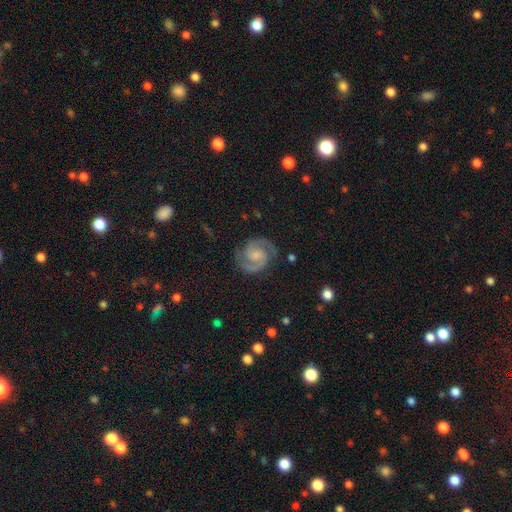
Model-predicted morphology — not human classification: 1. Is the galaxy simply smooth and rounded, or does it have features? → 91% featured or disk, 4% smooth, 4% star or artifact.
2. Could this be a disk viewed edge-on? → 98% no, 2% yes.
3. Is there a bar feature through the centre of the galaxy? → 51% no, 40% weak, 9% strong.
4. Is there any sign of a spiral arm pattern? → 98% yes, 2% no.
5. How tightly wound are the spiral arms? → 55% medium, 38% tight, 7% loose.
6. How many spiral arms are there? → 94% 2, 2% can't tell, 1% 3, 1% 1, 1% 4, 1% more than 4.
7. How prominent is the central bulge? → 34% moderate, 33% small, 26% none, 6% large, 1% dominant.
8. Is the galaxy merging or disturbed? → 83% none, 12% minor disturbance, 4% major disturbance, 1% merger.